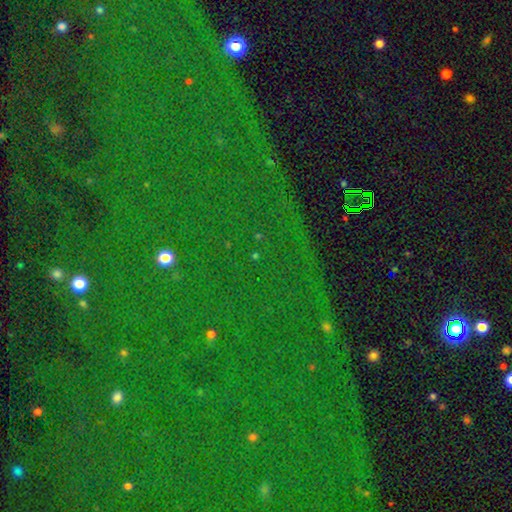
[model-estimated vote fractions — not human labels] Smooth or featured? Predicted: star or artifact (p=0.85).